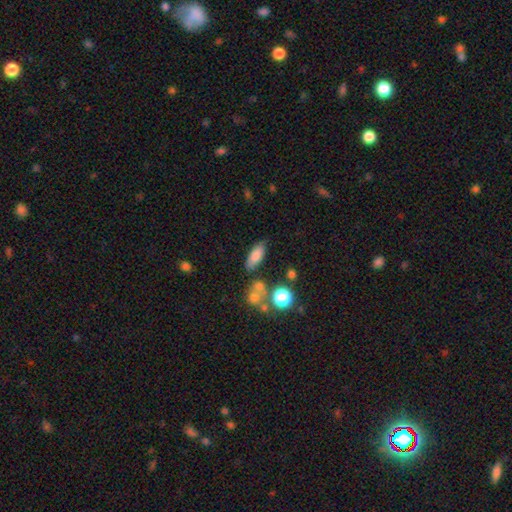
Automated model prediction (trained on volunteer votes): The model was most divided on "how rounded": in between: 76%, cigar-shaped: 20%, round: 4%. More confident: smooth or featured — smooth (77%); merging — none (72%).